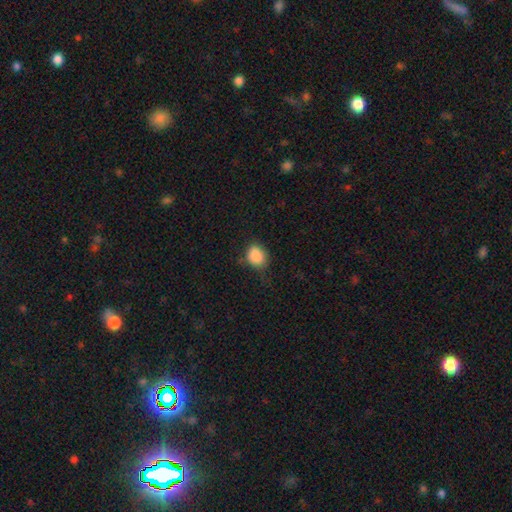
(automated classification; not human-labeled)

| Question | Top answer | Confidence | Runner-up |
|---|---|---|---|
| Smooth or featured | smooth | 87% | star or artifact (9%) |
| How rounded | in between | 53% | round (45%) |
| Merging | none | 64% | minor disturbance (27%) |